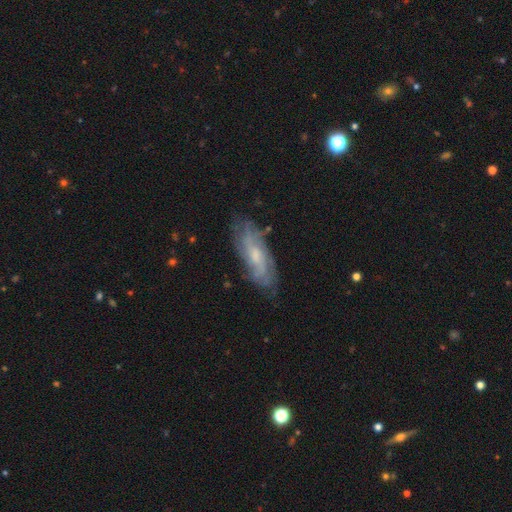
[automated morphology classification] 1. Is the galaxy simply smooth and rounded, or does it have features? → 70% featured or disk, 23% smooth, 7% star or artifact.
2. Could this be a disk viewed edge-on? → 83% no, 17% yes.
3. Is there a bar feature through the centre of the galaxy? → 61% no, 33% weak, 6% strong.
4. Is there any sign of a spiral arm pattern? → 86% yes, 14% no.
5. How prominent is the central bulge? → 47% small, 42% moderate, 7% none, 3% large, 1% dominant.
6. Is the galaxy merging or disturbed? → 75% none, 18% minor disturbance, 5% major disturbance, 1% merger.